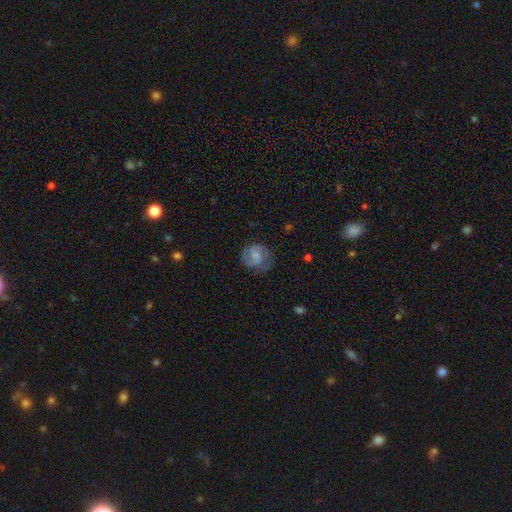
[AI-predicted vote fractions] Overall: featured or disk (61%; smooth 32%). Edge-on disk: no (98%). Bar: no (49%; weak 42%). Spiral arms: yes (90%). Spiral arm count: 2 (76%). Spiral winding: medium (46%; tight 38%). Bulge size: small (35%; none 32%). Merging: none (70%).